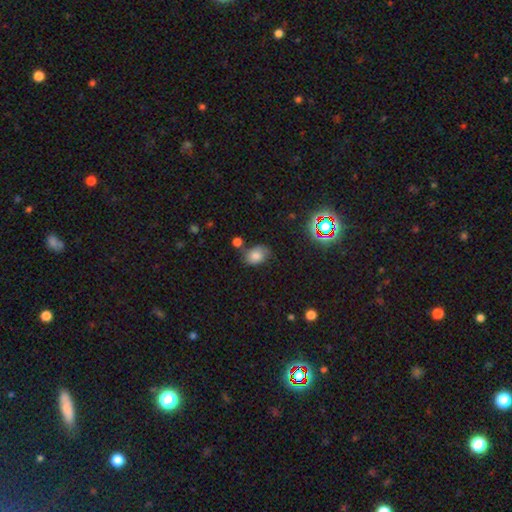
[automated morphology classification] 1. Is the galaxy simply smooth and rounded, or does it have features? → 75% smooth, 14% star or artifact, 11% featured or disk.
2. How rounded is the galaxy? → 74% in between, 25% round, 1% cigar-shaped.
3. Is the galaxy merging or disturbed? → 63% none, 23% minor disturbance, 9% merger, 6% major disturbance.